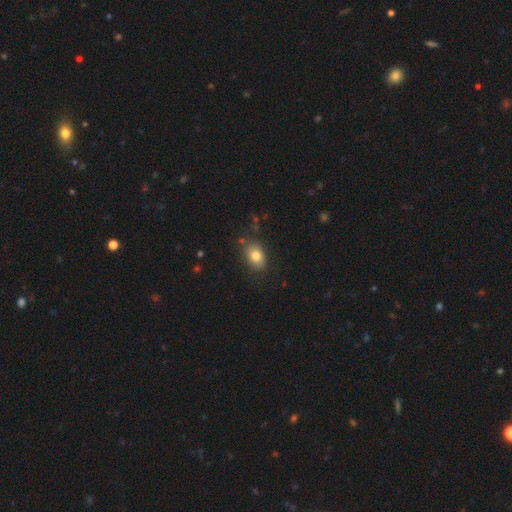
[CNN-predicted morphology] smooth-or-featured: smooth: 81% | featured or disk: 10% | star or artifact: 9%
  how-rounded: in between: 80% | round: 19% | cigar-shaped: 1%
  merging: none: 80% | minor disturbance: 14% | major disturbance: 4% | merger: 3%